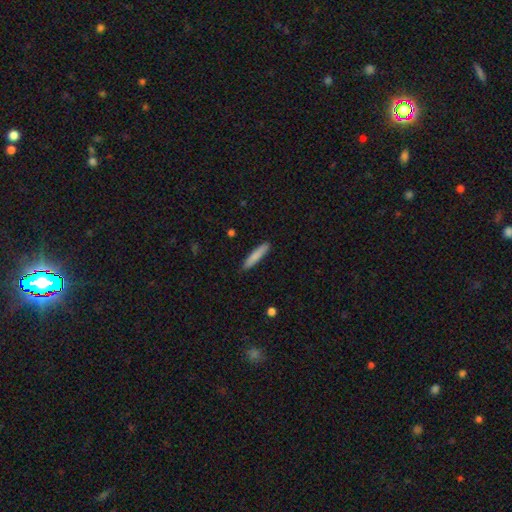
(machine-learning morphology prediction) This is clearly a smooth galaxy (84%). How rounded: clearly cigar-shaped (89%). Merging: clearly none (89%).